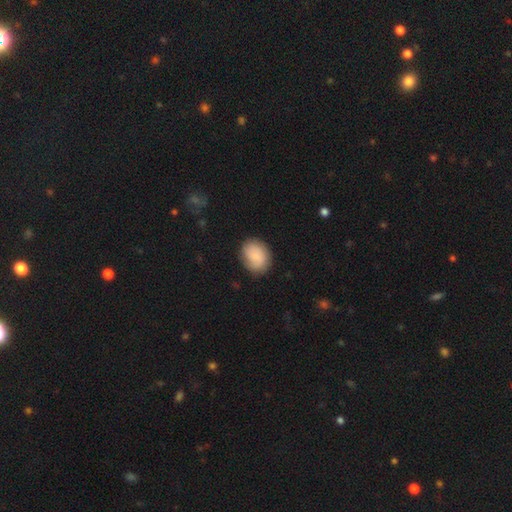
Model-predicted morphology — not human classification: This appears to be a smooth galaxy with no disk features (80%) that is in between round and cigar-shaped (58%). Merging: none (76%).